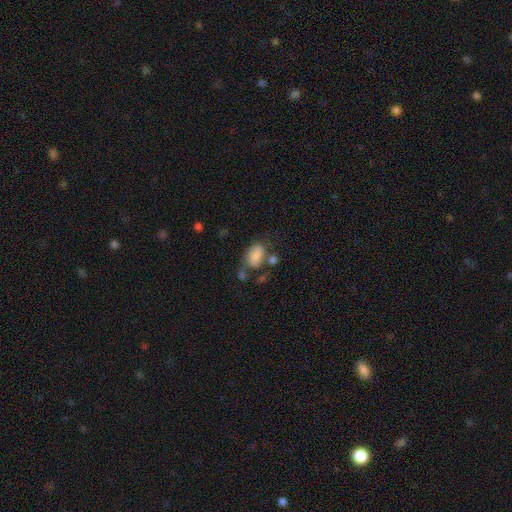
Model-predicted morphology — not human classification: This appears to be a smooth galaxy with no disk features (76%) that is in between round and cigar-shaped (89%). Merging: none (36%).